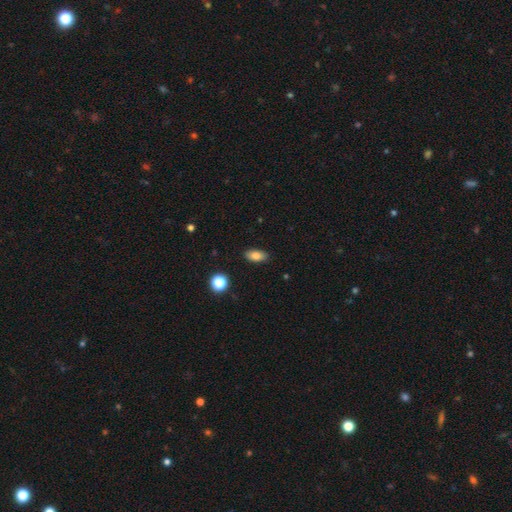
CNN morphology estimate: Smooth or featured: smooth — 82% (star or artifact — 9%)
How rounded: in between — 88% (cigar-shaped — 6%)
Merging: none — 88% (minor disturbance — 8%)